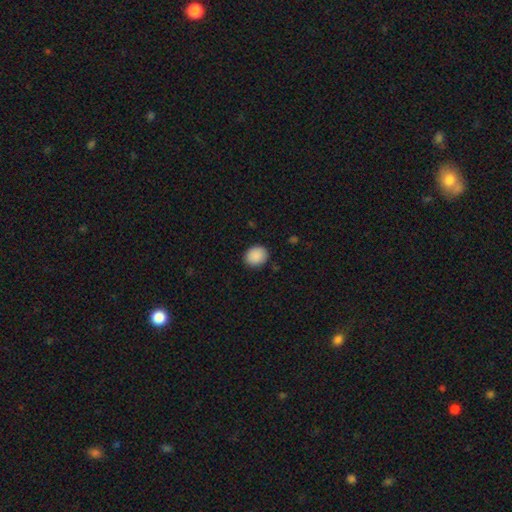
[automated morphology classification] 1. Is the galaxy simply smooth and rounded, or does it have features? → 90% smooth, 8% star or artifact, 3% featured or disk.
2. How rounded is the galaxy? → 62% round, 37% in between, 1% cigar-shaped.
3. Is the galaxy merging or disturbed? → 88% none, 9% minor disturbance, 2% major disturbance, 1% merger.